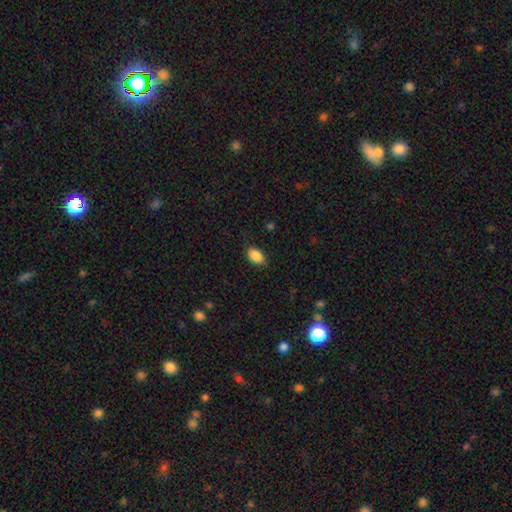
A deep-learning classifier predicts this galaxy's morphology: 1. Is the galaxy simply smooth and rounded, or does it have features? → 88% smooth, 8% star or artifact, 4% featured or disk.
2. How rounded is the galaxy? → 86% in between, 13% round, 1% cigar-shaped.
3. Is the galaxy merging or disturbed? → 81% none, 15% minor disturbance, 3% major disturbance, 1% merger.